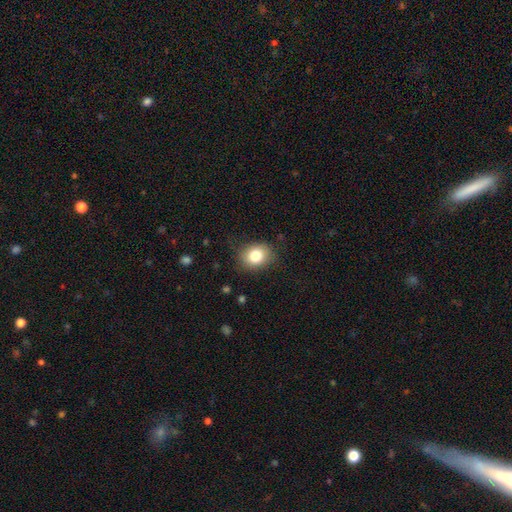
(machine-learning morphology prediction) This is likely a smooth galaxy (80%). How rounded: possibly round (54%). Merging: clearly none (82%).